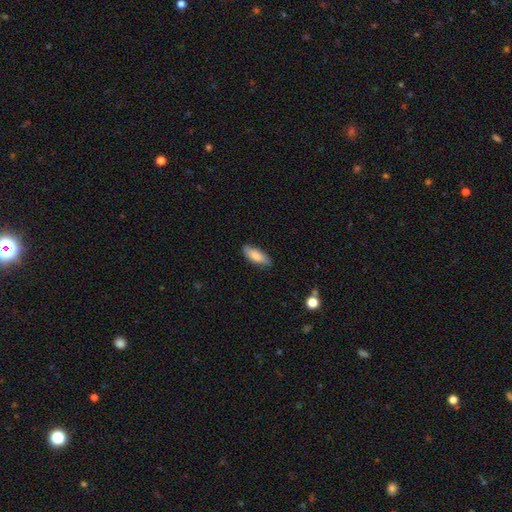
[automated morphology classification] smooth_or_featured: smooth (p=0.82) [alt: featured or disk p=0.12]
how_rounded: in between (p=0.73) [alt: cigar-shaped p=0.25]
merging: none (p=0.81) [alt: minor disturbance p=0.15]